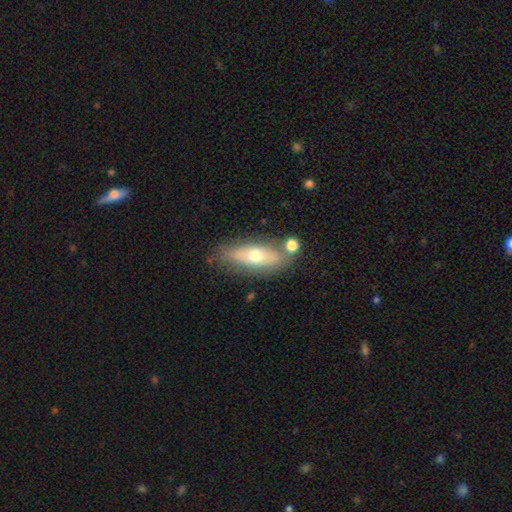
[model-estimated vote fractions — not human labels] Smooth or featured?
  - smooth: 54% *
  - featured or disk: 39%
  - star or artifact: 7%
How rounded?
  - in between: 59% *
  - cigar-shaped: 38%
  - round: 3%
Merging?
  - none: 71% *
  - minor disturbance: 15%
  - merger: 9%
  - major disturbance: 4%